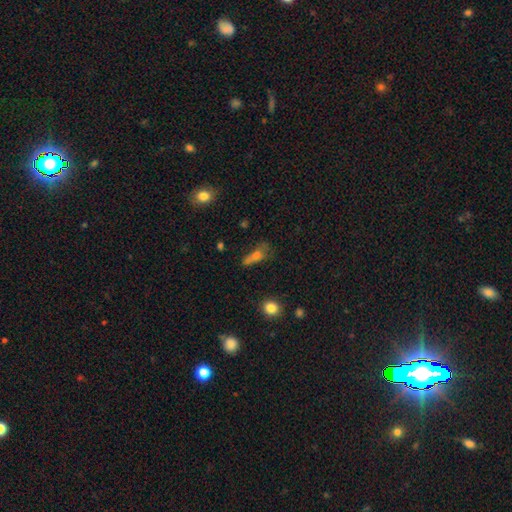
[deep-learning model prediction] Smooth or featured? smooth (56%)
How rounded? in between (52%)
Merging? none (44%)